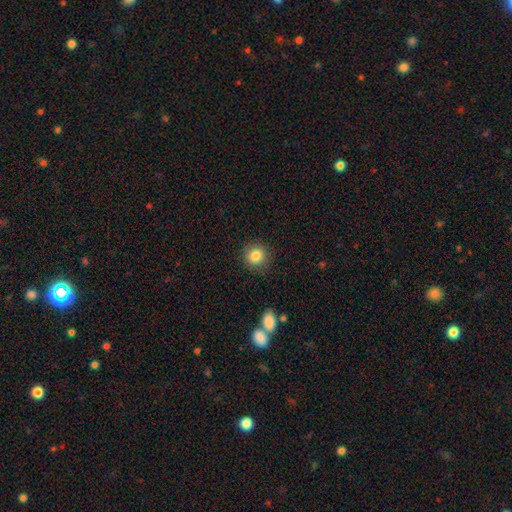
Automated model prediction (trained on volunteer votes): This appears to be a smooth galaxy with no disk features (84%) that is round (89%). Merging: none (88%).